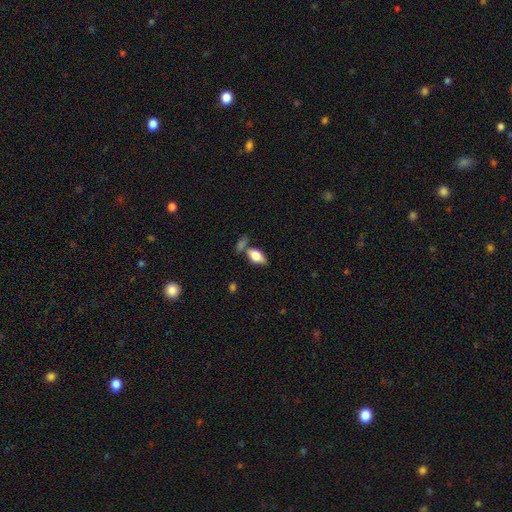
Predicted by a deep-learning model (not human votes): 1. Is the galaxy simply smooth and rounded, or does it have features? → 73% smooth, 20% featured or disk, 8% star or artifact.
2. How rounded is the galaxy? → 88% in between, 6% cigar-shaped, 6% round.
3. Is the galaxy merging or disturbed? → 55% none, 22% merger, 16% minor disturbance, 6% major disturbance.